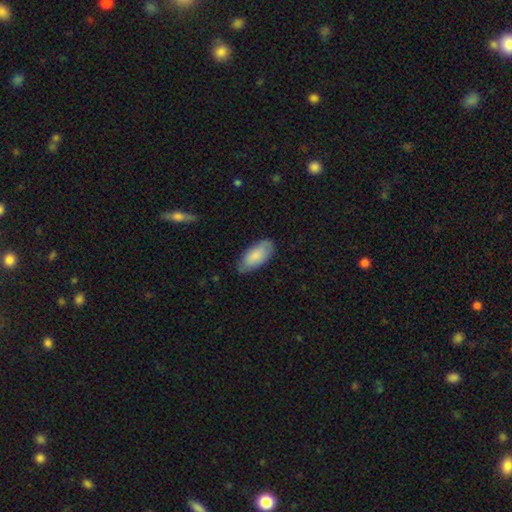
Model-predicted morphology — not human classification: Q: Smooth or featured?
A: smooth (82%); runner-up: featured or disk (12%)
Q: How rounded?
A: in between (92%); runner-up: cigar-shaped (6%)
Q: Merging?
A: none (75%); runner-up: minor disturbance (20%)